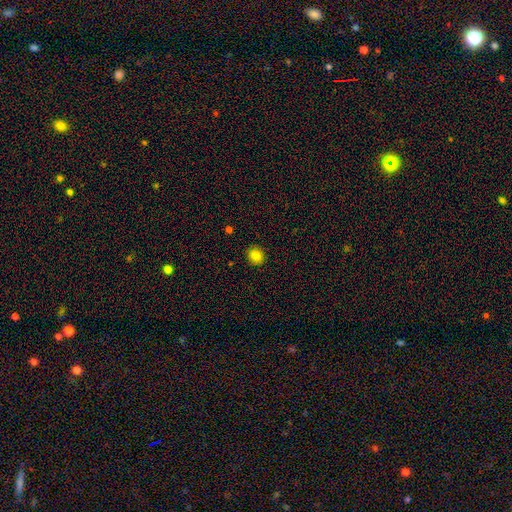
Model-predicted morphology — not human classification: A smooth galaxy with no disk features (84%) that is round (75%).

Vote fractions:
- Smooth or featured? smooth: 84% / star or artifact: 11% / featured or disk: 5%
- How rounded? round: 75% / in between: 24% / cigar-shaped: 1%
- Merging? none: 91% / minor disturbance: 7% / major disturbance: 2% / merger: 1%